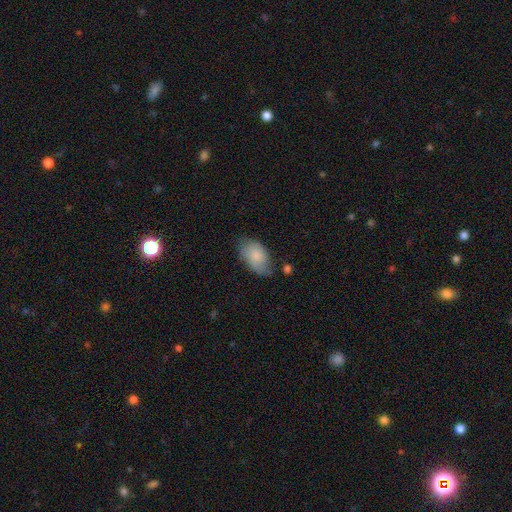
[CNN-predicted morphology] smooth 76%, featured or disk 17%, star or artifact 6%. Down the decision tree: how rounded — in between (92%); merging — none (56%).